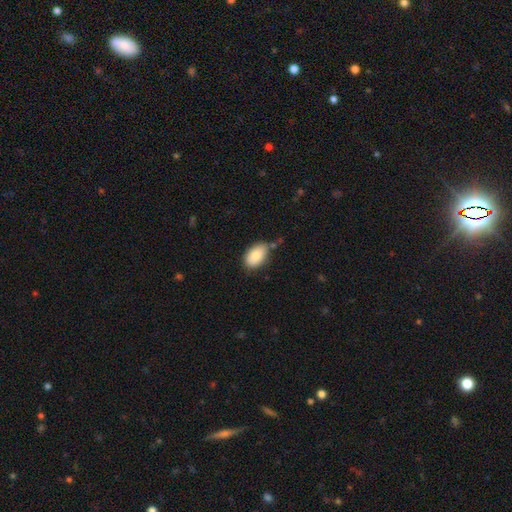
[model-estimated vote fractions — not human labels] Overall: smooth (86%). How rounded: in between (92%). Merging: none (66%).